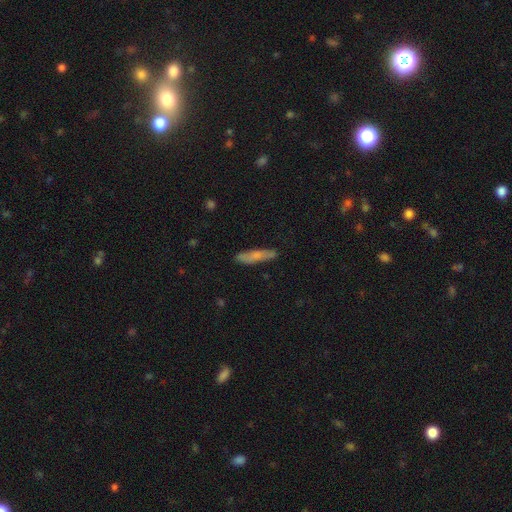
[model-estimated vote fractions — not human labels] smooth_or_featured: smooth (p=0.69) [alt: featured or disk p=0.24]
how_rounded: cigar-shaped (p=0.86) [alt: in between p=0.12]
merging: none (p=0.83) [alt: minor disturbance p=0.13]